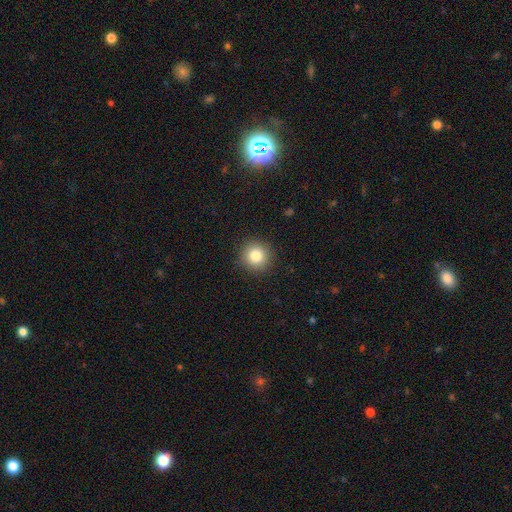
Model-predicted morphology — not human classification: Smooth or featured? smooth (82%)
How rounded? round (93%)
Merging? none (91%)